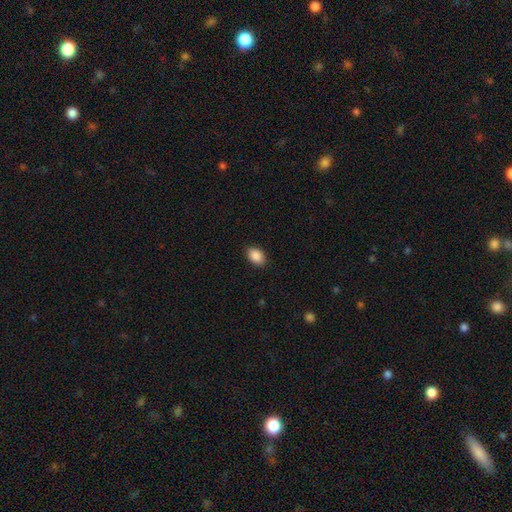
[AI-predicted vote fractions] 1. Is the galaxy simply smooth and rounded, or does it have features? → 90% smooth, 7% star or artifact, 3% featured or disk.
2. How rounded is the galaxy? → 87% in between, 12% round, 1% cigar-shaped.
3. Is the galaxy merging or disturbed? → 89% none, 8% minor disturbance, 2% major disturbance, 1% merger.